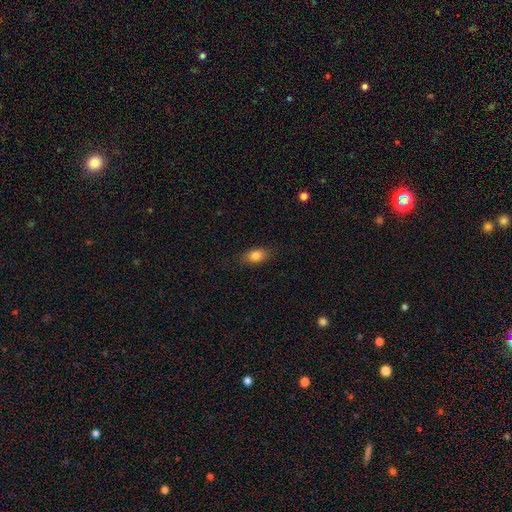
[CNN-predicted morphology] Q: Smooth or featured?
A: smooth (83%); runner-up: featured or disk (9%)
Q: How rounded?
A: in between (84%); runner-up: round (11%)
Q: Merging?
A: none (84%); runner-up: minor disturbance (12%)